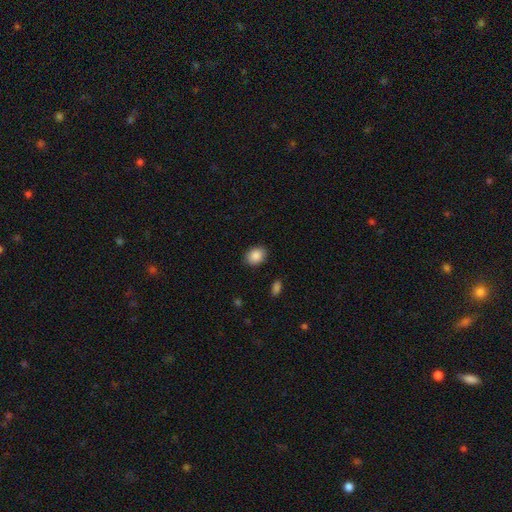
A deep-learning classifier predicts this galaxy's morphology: Smooth or featured?
  - smooth: 88% *
  - star or artifact: 8%
  - featured or disk: 4%
How rounded?
  - in between: 61% *
  - round: 38%
  - cigar-shaped: 1%
Merging?
  - none: 87% *
  - minor disturbance: 9%
  - major disturbance: 2%
  - merger: 1%